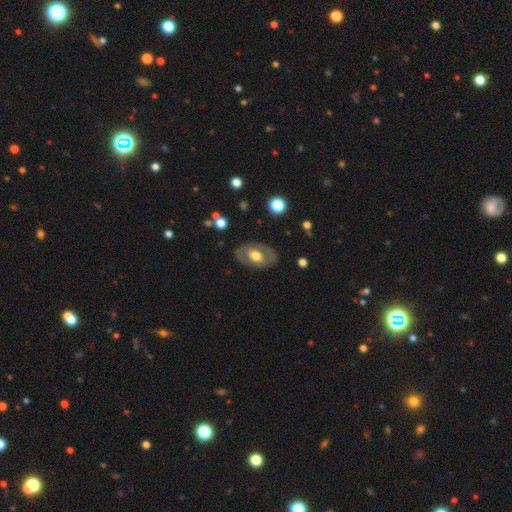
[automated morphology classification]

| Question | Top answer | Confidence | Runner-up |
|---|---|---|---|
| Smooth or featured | featured or disk | 54% | smooth (40%) |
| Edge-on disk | no | 92% | yes (8%) |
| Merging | none | 78% | minor disturbance (14%) |